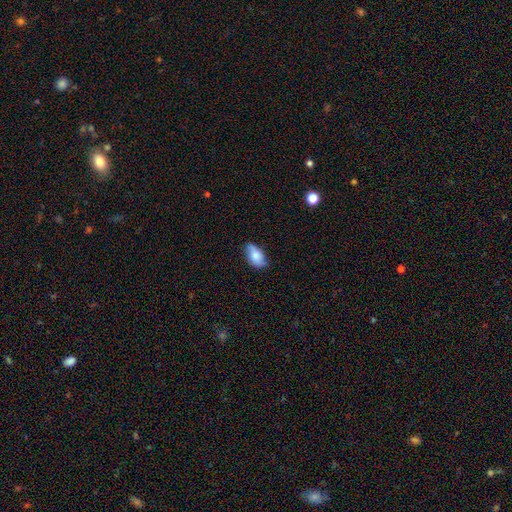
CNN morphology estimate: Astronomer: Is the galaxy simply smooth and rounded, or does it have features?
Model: smooth — 71%.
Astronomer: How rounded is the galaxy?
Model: in between — 91%.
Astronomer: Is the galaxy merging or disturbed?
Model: none — 69%.